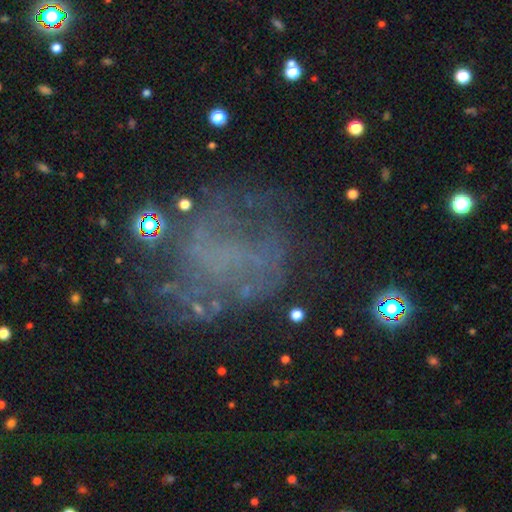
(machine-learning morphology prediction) This appears to be a featured or disk galaxy (59%) with no bar (73%), spiral arms (53%) and no central bulge (76%). Merging: none (55%).